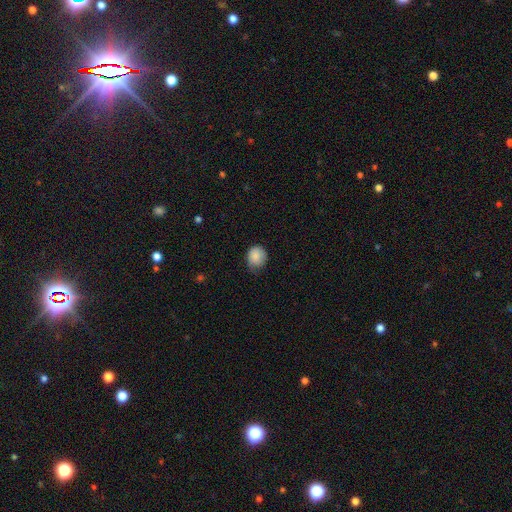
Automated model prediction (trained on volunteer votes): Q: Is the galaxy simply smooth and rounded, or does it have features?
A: smooth — 86%.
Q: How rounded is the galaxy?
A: round — 70%.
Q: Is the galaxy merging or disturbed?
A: none — 64%.